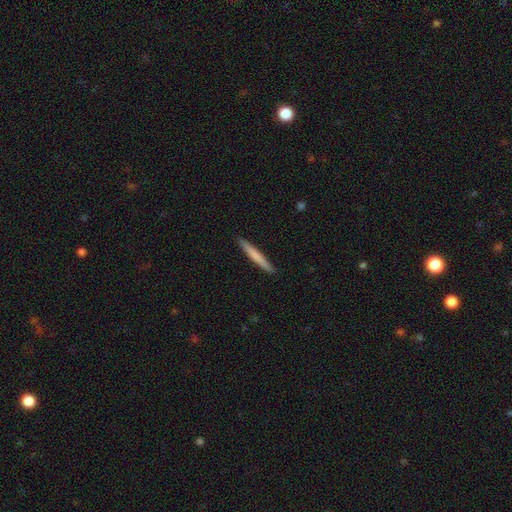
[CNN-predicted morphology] A smooth galaxy with no disk features (70%) that is cigar-shaped (96%).

Vote fractions:
- Smooth or featured? smooth: 70% / featured or disk: 25% / star or artifact: 5%
- How rounded? cigar-shaped: 96% / in between: 3% / round: 1%
- Merging? none: 92% / minor disturbance: 6% / major disturbance: 1% / merger: 1%